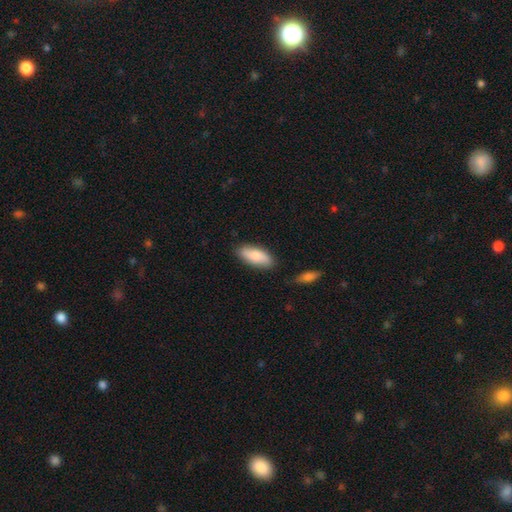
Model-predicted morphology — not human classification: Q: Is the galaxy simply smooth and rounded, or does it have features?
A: smooth — 77%.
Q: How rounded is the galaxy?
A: in between — 81%.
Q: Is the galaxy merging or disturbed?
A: none — 81%.